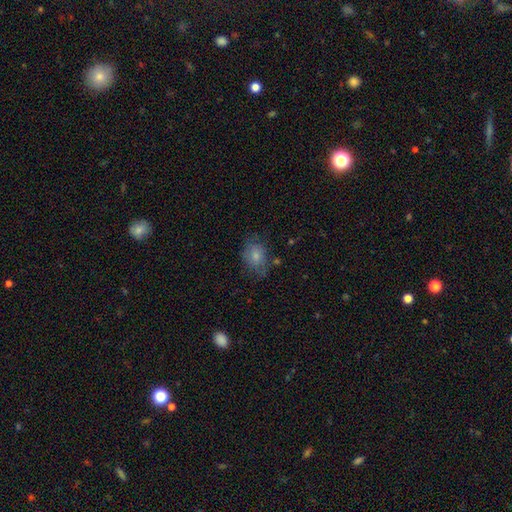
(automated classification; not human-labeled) Smooth or featured: smooth — 71% (featured or disk — 20%)
How rounded: in between — 64% (round — 35%)
Merging: none — 59% (minor disturbance — 26%)